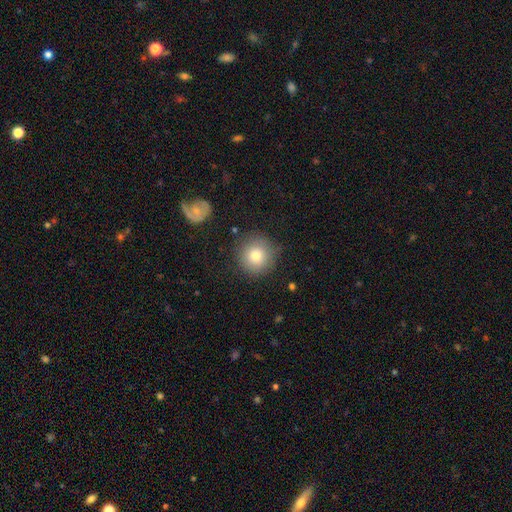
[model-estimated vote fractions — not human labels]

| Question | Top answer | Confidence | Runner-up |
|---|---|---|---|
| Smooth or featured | smooth | 78% | featured or disk (11%) |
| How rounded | round | 94% | in between (5%) |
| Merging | none | 85% | minor disturbance (10%) |